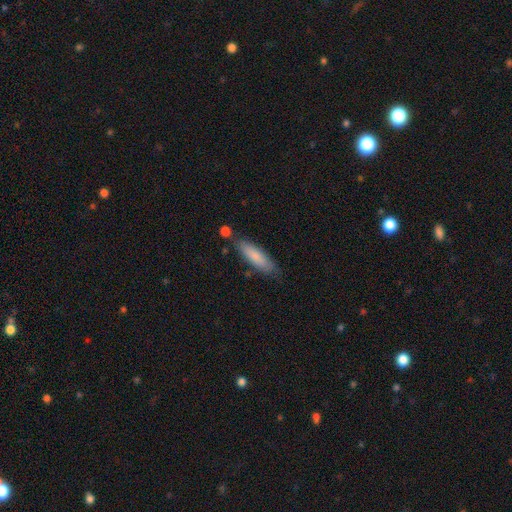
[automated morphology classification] Q: Smooth or featured?
A: smooth (80%); runner-up: featured or disk (14%)
Q: How rounded?
A: cigar-shaped (66%); runner-up: in between (32%)
Q: Merging?
A: none (76%); runner-up: minor disturbance (16%)